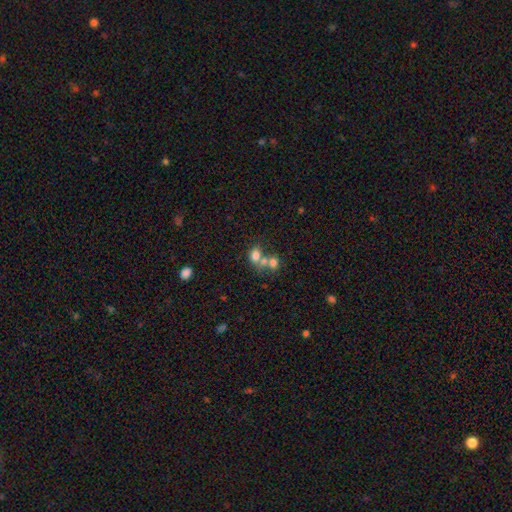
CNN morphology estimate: A smooth galaxy with no disk features (72%) that is in between round and cigar-shaped (58%). Merging: merger (56%).